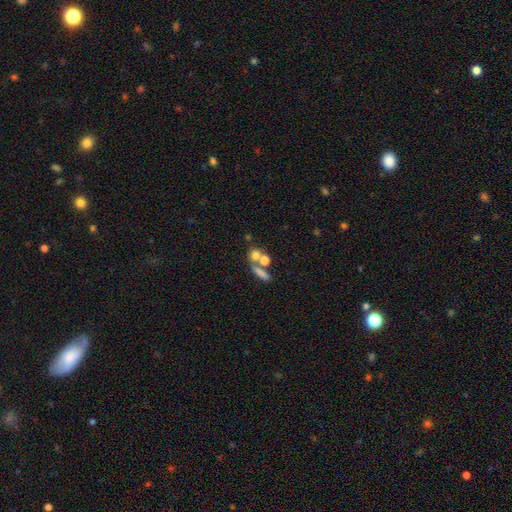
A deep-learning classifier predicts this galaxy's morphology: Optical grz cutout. It shows a smooth galaxy with no disk features (70%) that is round (63%). Merging: merger (44%).